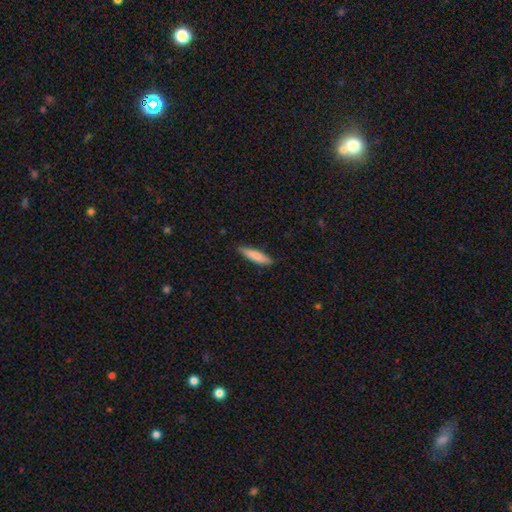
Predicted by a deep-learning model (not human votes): smooth 83%, featured or disk 12%, star or artifact 6%. Down the decision tree: how rounded — cigar-shaped (79%); merging — none (86%).